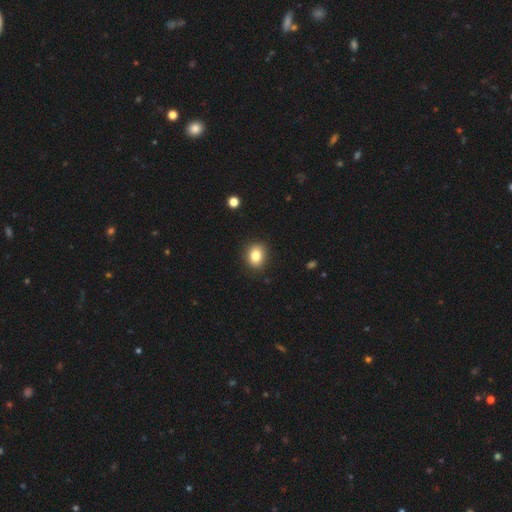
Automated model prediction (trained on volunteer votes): A smooth galaxy with no disk features (83%) that is round (53%). Merging: none (88%).